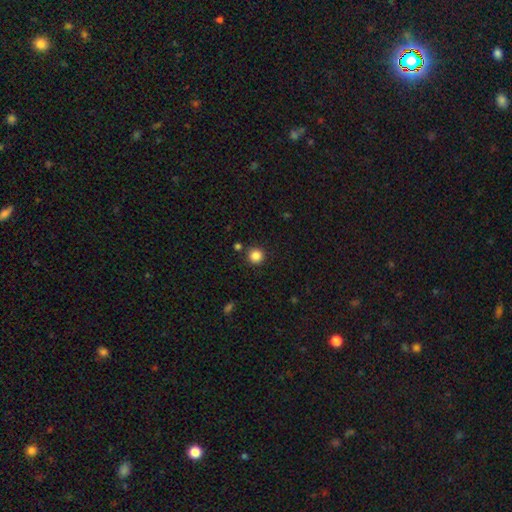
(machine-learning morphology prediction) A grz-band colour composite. It shows a smooth galaxy with no disk features (86%) that is round (95%). Merging: none (88%).